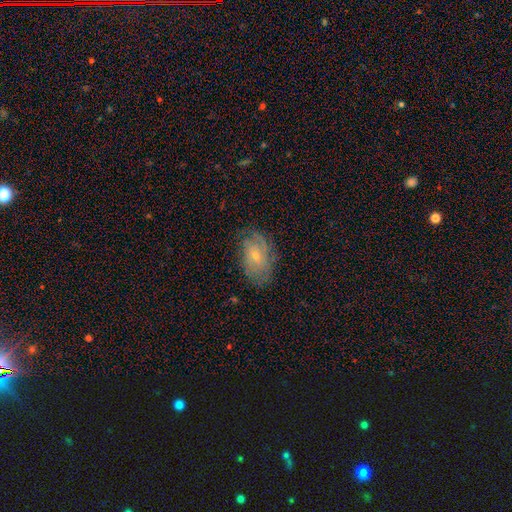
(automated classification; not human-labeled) smooth_or_featured: featured or disk (p=0.57) [alt: smooth p=0.35]
disk_edge_on: no (p=0.94) [alt: yes p=0.06]
bar: no (p=0.68) [alt: weak p=0.27]
has_spiral_arms: yes (p=0.79) [alt: no p=0.21]
bulge_size: small (p=0.68) [alt: moderate p=0.28]
merging: none (p=0.69) [alt: minor disturbance p=0.22]